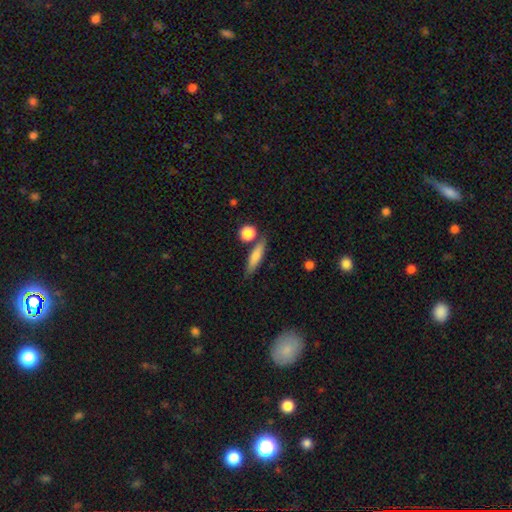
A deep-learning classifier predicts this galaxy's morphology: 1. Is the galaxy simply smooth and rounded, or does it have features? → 75% smooth, 19% featured or disk, 7% star or artifact.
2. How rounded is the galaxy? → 70% cigar-shaped, 26% in between, 4% round.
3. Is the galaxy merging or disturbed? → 76% none, 12% minor disturbance, 9% merger, 3% major disturbance.